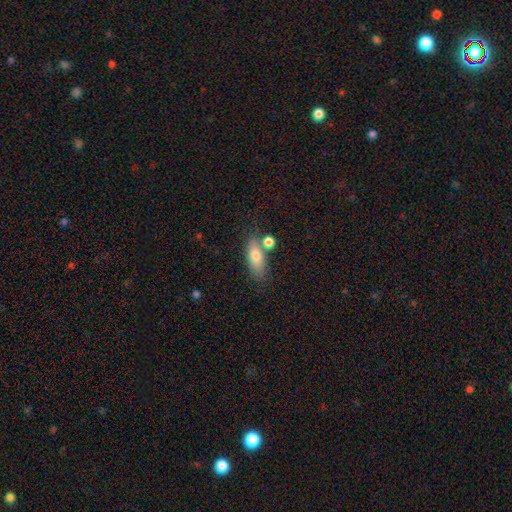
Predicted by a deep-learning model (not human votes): This appears to be a smooth galaxy with no disk features (74%) that is in between round and cigar-shaped (72%). Merging: none (62%).